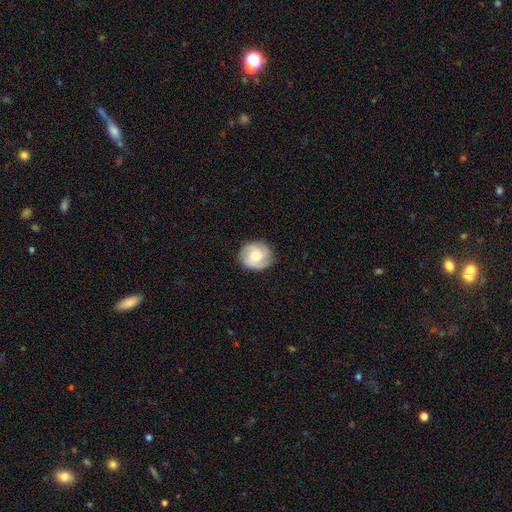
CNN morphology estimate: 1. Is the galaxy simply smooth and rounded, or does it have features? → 58% featured or disk, 35% smooth, 7% star or artifact.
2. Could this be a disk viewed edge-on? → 97% no, 3% yes.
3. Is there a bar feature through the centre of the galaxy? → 67% no, 28% weak, 5% strong.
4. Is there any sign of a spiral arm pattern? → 91% yes, 9% no.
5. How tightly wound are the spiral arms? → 48% tight, 39% medium, 13% loose.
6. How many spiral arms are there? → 44% 3, 25% 2, 16% can't tell, 7% 4, 4% 1, 3% more than 4.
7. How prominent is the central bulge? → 65% moderate, 22% small, 10% large, 2% none, 1% dominant.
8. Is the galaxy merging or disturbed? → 83% none, 13% minor disturbance, 3% major disturbance, 1% merger.